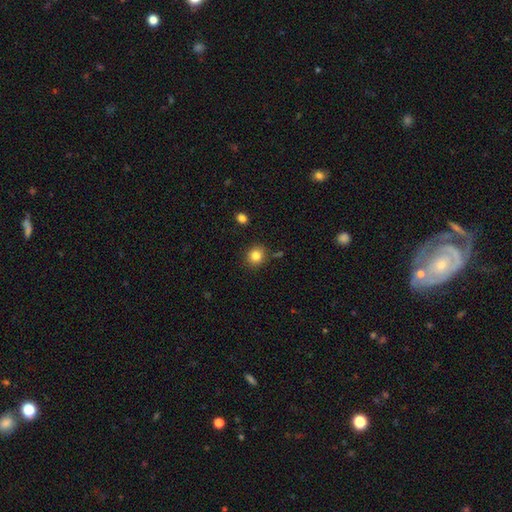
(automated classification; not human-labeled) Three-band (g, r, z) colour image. It shows a smooth galaxy with no disk features (83%) that is round (83%). Merging: none (85%).